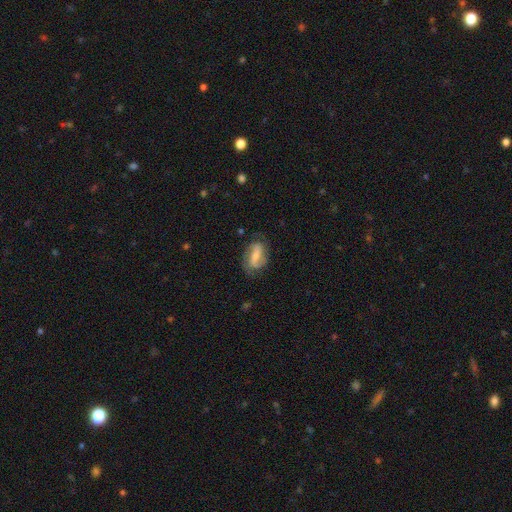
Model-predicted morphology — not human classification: smooth_or_featured: featured or disk (p=0.67) [alt: smooth p=0.26]
disk_edge_on: no (p=0.94) [alt: yes p=0.06]
bar: strong (p=0.42) [alt: weak p=0.37]
has_spiral_arms: yes (p=0.88) [alt: no p=0.12]
spiral_winding: medium (p=0.40) [alt: loose p=0.39]
spiral_arm_count: 2 (p=0.83) [alt: can't tell p=0.08]
bulge_size: small (p=0.47) [alt: moderate p=0.37]
merging: none (p=0.71) [alt: minor disturbance p=0.19]